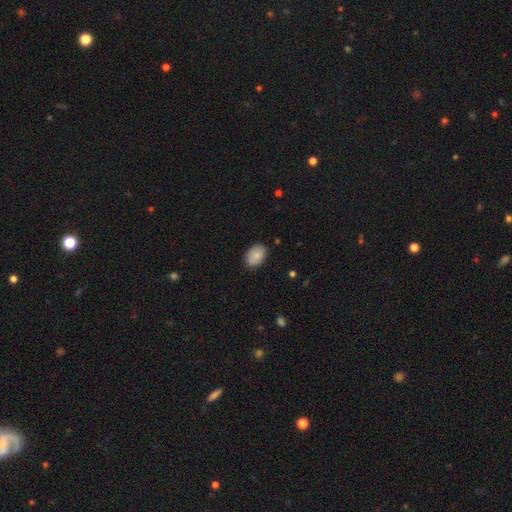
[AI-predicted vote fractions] Morphology: type=smooth (87%); roundness=in between (85%); merging=none (85%).